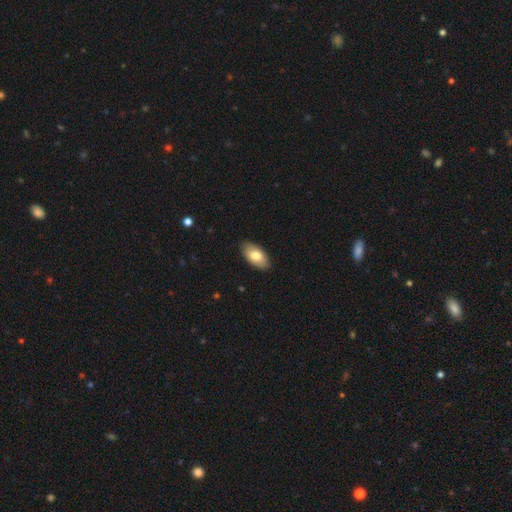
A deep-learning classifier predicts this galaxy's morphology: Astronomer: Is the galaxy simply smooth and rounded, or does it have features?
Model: smooth — 77%.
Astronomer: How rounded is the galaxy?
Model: in between — 94%.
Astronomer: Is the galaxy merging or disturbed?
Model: none — 88%.